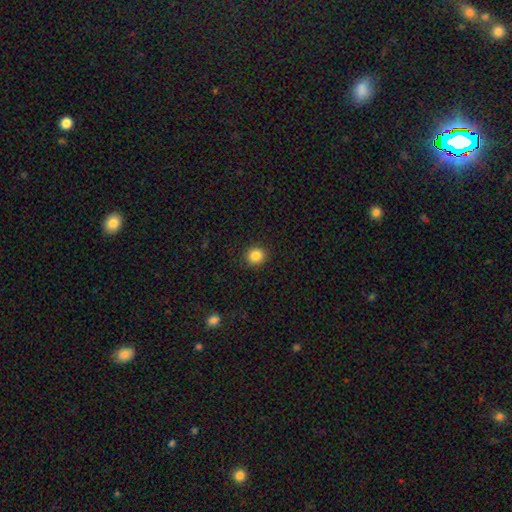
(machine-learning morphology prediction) Q: Smooth or featured?
A: smooth (86%); runner-up: star or artifact (10%)
Q: How rounded?
A: round (88%); runner-up: in between (11%)
Q: Merging?
A: none (91%); runner-up: minor disturbance (6%)